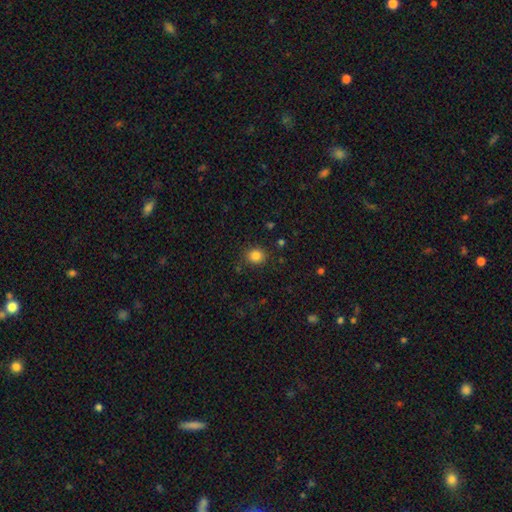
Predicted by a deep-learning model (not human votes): Morphology: type=smooth (84%); roundness=round (79%); merging=none (86%).